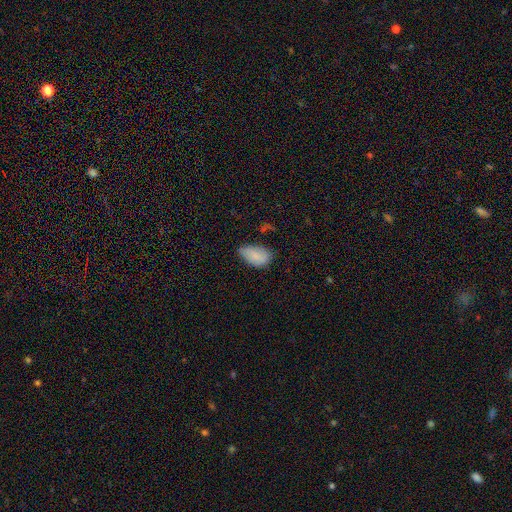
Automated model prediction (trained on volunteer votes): smooth-or-featured: smooth: 82% | featured or disk: 10% | star or artifact: 8%
  how-rounded: in between: 94% | round: 4% | cigar-shaped: 2%
  merging: none: 50% | minor disturbance: 39% | major disturbance: 9% | merger: 3%